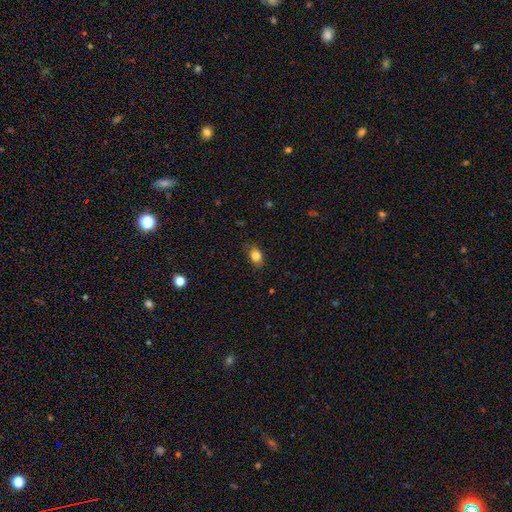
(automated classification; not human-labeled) The model was most divided on "how rounded": in between: 72%, round: 26%, cigar-shaped: 2%. More confident: smooth or featured — smooth (83%); merging — none (79%).